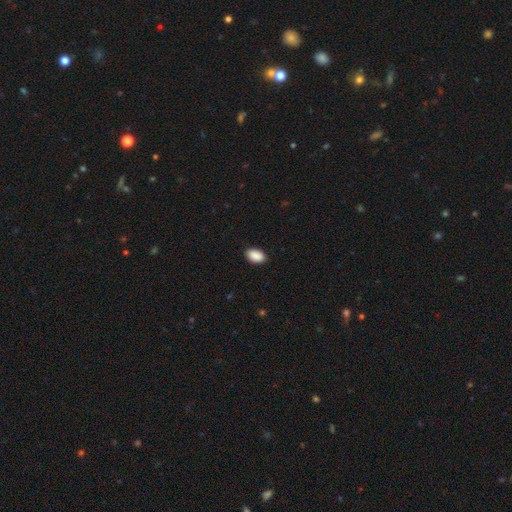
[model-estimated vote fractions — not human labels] This is clearly a smooth galaxy (91%). How rounded: clearly in between (92%). Merging: clearly none (89%).